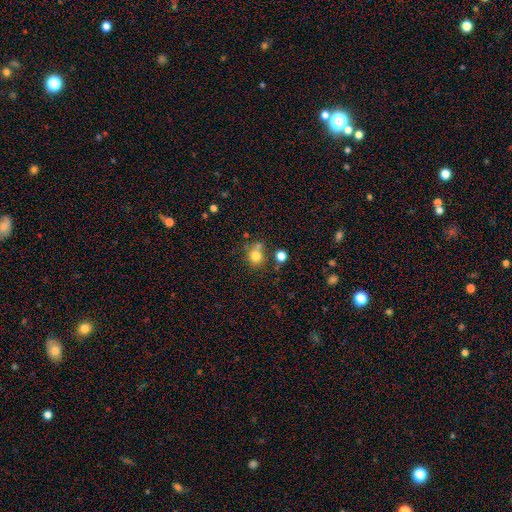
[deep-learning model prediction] This is likely a smooth galaxy (78%). How rounded: clearly round (81%). Merging: likely none (62%).